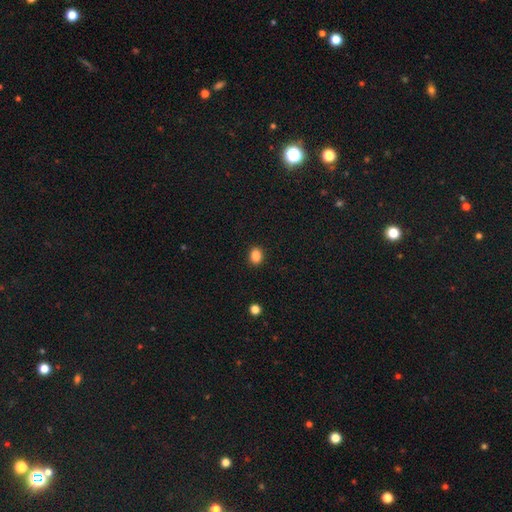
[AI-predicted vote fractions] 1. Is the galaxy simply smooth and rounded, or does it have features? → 86% smooth, 10% star or artifact, 3% featured or disk.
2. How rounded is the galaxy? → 50% in between, 49% round, 1% cigar-shaped.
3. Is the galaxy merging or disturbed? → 90% none, 7% minor disturbance, 2% major disturbance, 1% merger.